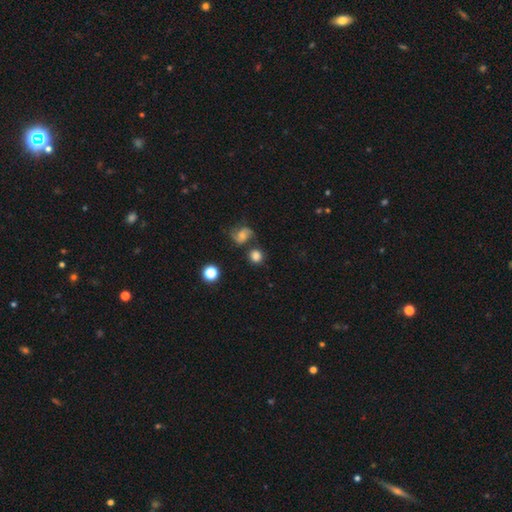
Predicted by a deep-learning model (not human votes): Smooth or featured?
  - smooth: 73% *
  - featured or disk: 15%
  - star or artifact: 12%
How rounded?
  - round: 85% *
  - in between: 14%
  - cigar-shaped: 1%
Merging?
  - none: 68% *
  - minor disturbance: 13%
  - merger: 13%
  - major disturbance: 5%